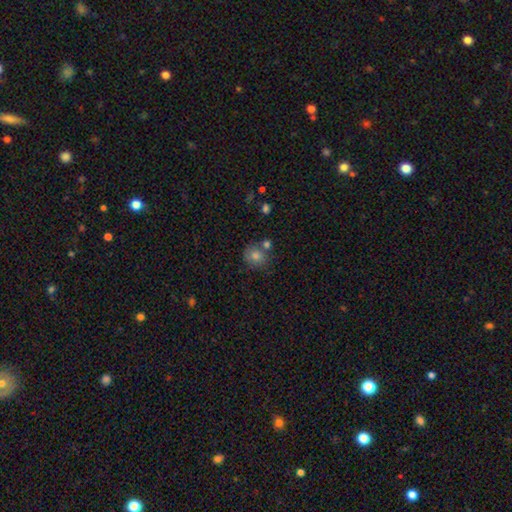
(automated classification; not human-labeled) Smooth or featured? smooth (73%)
How rounded? round (83%)
Merging? none (65%)